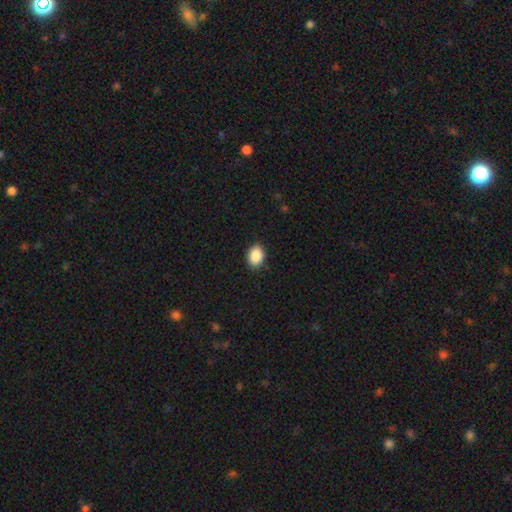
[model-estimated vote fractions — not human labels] A smooth galaxy with no disk features (89%) that is in between round and cigar-shaped (77%). Merging: none (89%).